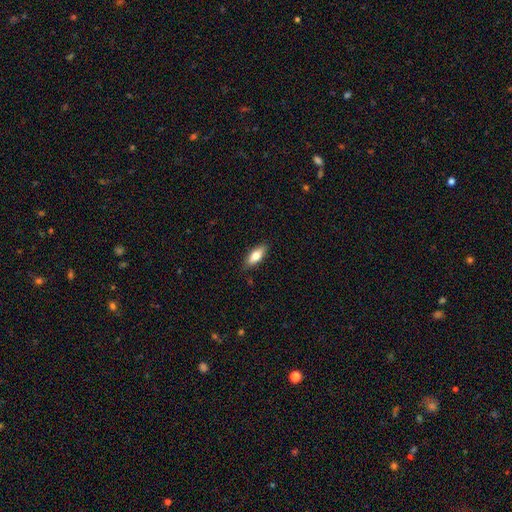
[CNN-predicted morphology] A smooth galaxy with no disk features (74%) that is in between round and cigar-shaped (73%). Merging: none (86%).